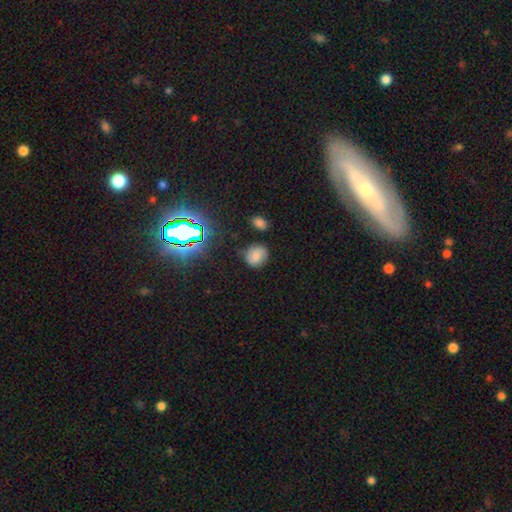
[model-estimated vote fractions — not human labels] Smooth or featured: smooth — 73% (star or artifact — 15%)
How rounded: round — 73% (in between — 26%)
Merging: none — 74% (minor disturbance — 17%)